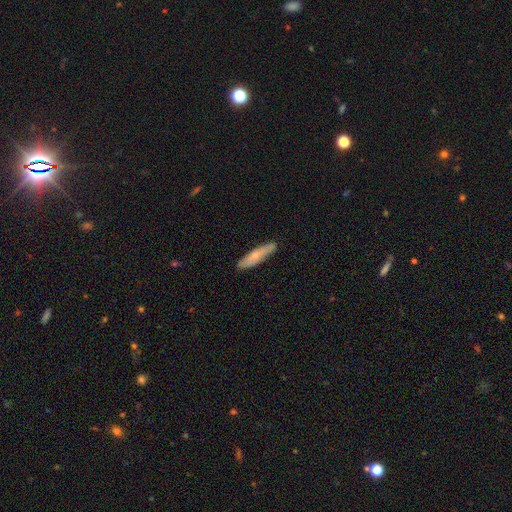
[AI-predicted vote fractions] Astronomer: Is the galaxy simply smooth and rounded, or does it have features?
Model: smooth — 58% (runner-up: featured or disk, 36%).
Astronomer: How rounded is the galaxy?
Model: cigar-shaped — 80%.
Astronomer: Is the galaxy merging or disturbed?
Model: none — 83%.